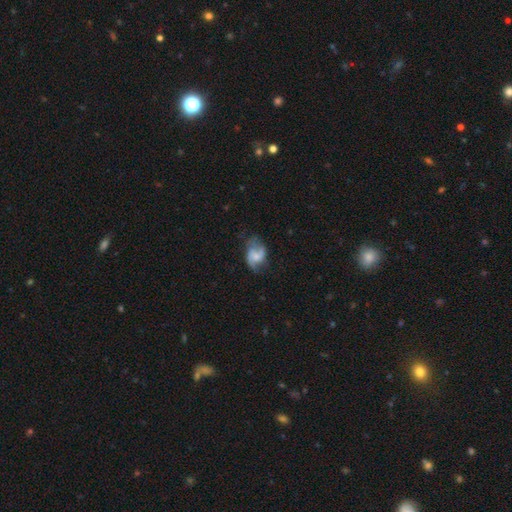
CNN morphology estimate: type=featured or disk (66%); edge-on=no (97%); bar=no (50%); spiral arms=yes (87%); winding=loose (51%); arm count=2 (83%); bulge=small (41%); merging=none (55%).